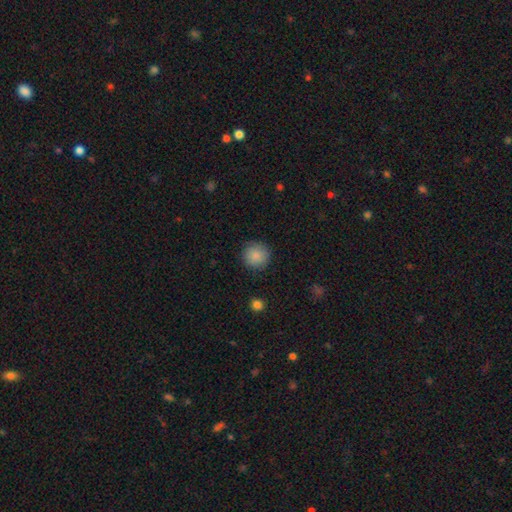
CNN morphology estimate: This appears to be a smooth galaxy with no disk features (88%) that is round (95%). Merging: none (89%).